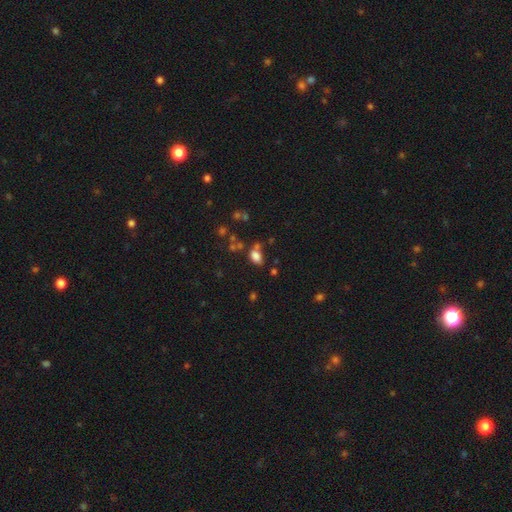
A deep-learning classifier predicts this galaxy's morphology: Overall: smooth (77%). How rounded: in between (83%). Merging: none (58%).